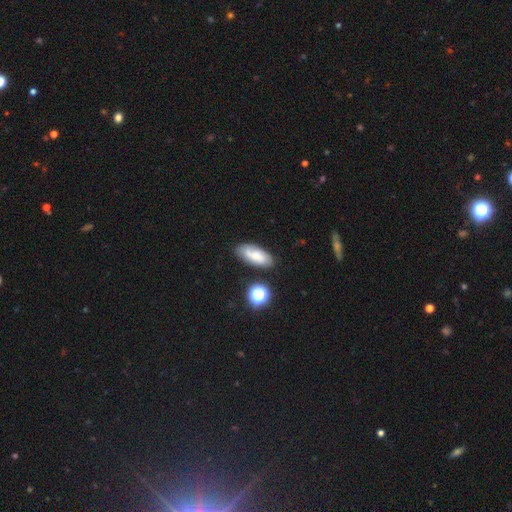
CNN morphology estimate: Smooth or featured?
  - smooth: 59% *
  - featured or disk: 31%
  - star or artifact: 11%
How rounded?
  - in between: 83% *
  - cigar-shaped: 13%
  - round: 4%
Merging?
  - none: 72% *
  - minor disturbance: 17%
  - merger: 6%
  - major disturbance: 5%